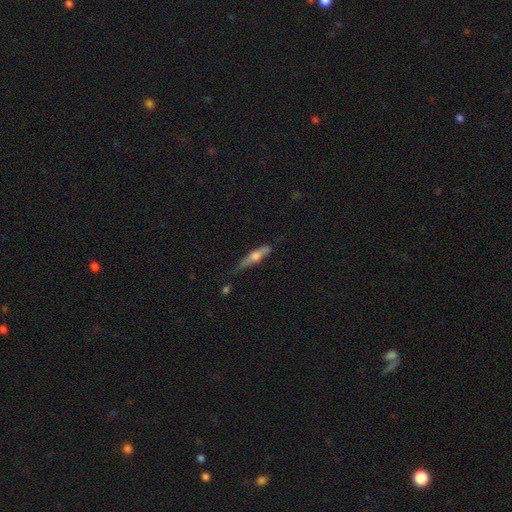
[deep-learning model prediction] A smooth galaxy with no disk features (50%). Merging: none (64%).